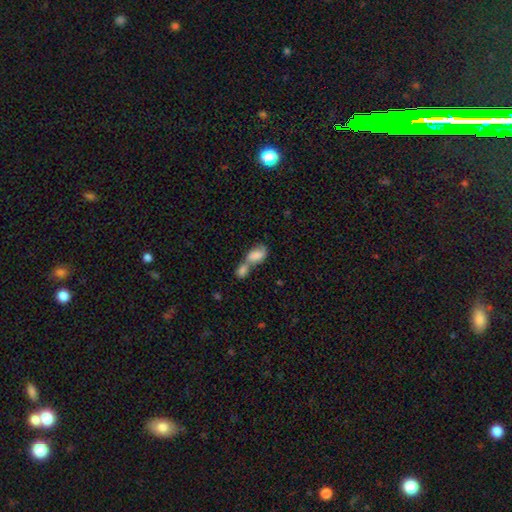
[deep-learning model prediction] A smooth galaxy with no disk features (77%) that is in between round and cigar-shaped (87%). Merging: merger (75%).